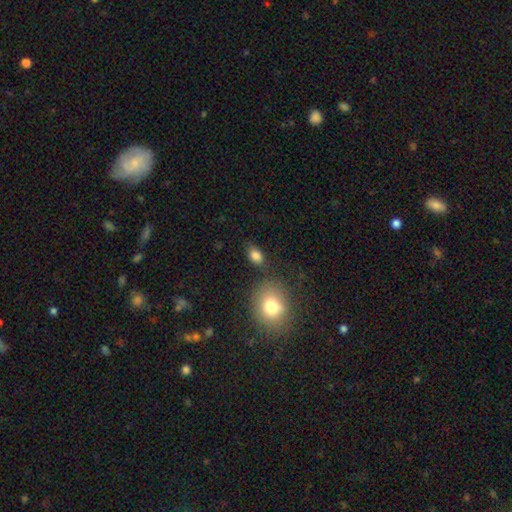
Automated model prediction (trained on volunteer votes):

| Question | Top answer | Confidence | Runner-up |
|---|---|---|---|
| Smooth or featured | smooth | 84% | star or artifact (10%) |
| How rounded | in between | 83% | round (15%) |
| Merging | none | 77% | minor disturbance (13%) |